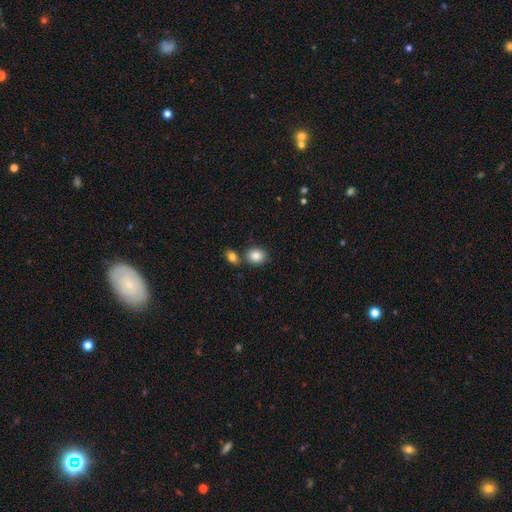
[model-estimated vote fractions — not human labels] The model was most divided on "how rounded": round: 53%, in between: 46%, cigar-shaped: 1%. More confident: smooth or featured — smooth (85%); merging — none (66%).